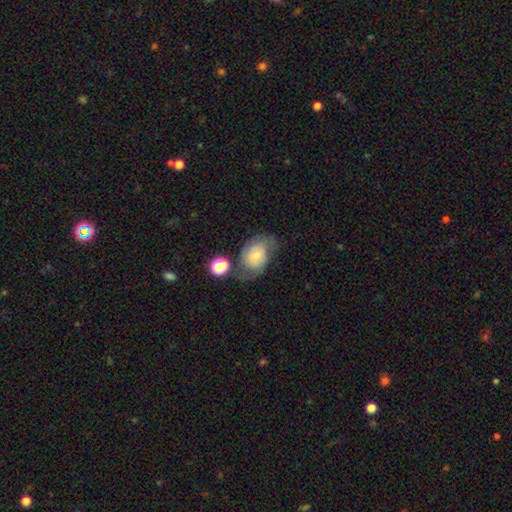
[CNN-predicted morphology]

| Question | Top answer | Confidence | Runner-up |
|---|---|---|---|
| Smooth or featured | smooth | 53% | featured or disk (38%) |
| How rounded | in between | 69% | round (30%) |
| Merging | none | 47% | minor disturbance (26%) |